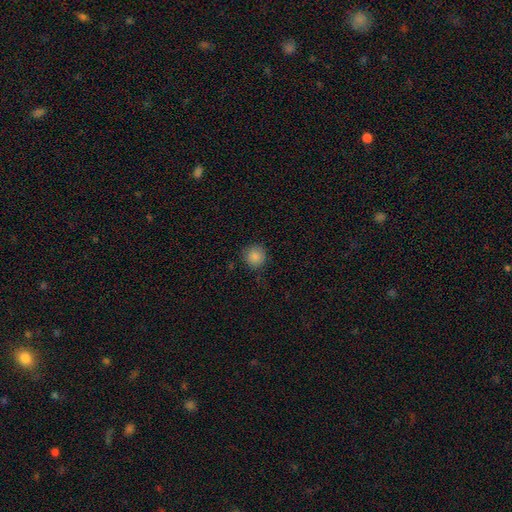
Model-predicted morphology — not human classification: smooth-or-featured: smooth: 86% | star or artifact: 10% | featured or disk: 4%
  how-rounded: round: 93% | in between: 6% | cigar-shaped: 1%
  merging: none: 87% | minor disturbance: 10% | major disturbance: 3% | merger: 1%